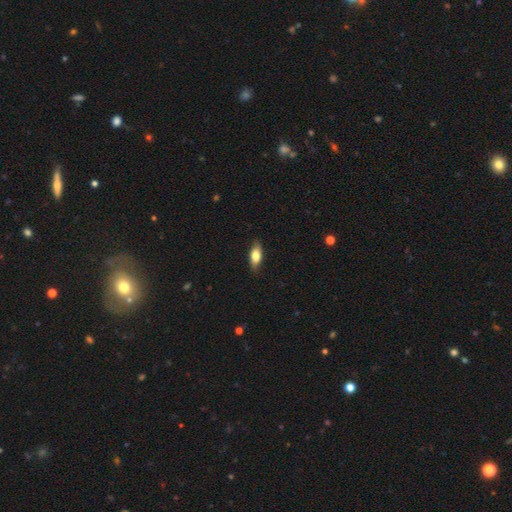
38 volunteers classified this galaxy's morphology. type=smooth (87%); roundness=in between (79%); merging=none (76%).